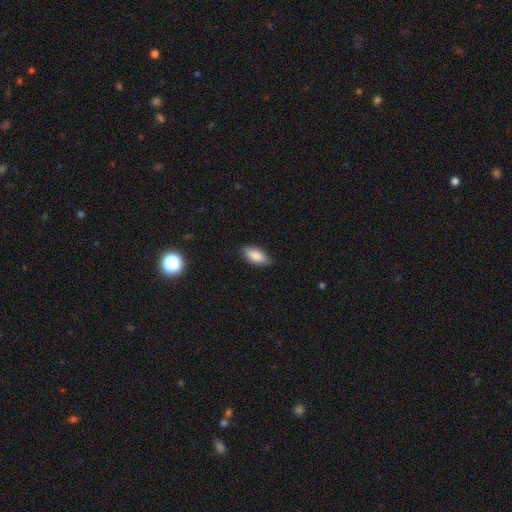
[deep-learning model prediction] This appears to be a smooth galaxy with no disk features (85%) that is in between round and cigar-shaped (85%). Merging: none (83%).